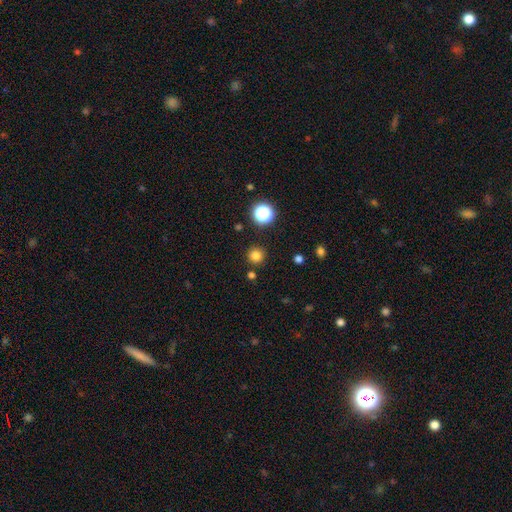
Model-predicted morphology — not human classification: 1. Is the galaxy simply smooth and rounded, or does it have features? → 80% smooth, 16% star or artifact, 4% featured or disk.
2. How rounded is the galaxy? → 95% round, 4% in between, 1% cigar-shaped.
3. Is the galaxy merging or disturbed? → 89% none, 6% minor disturbance, 3% merger, 2% major disturbance.